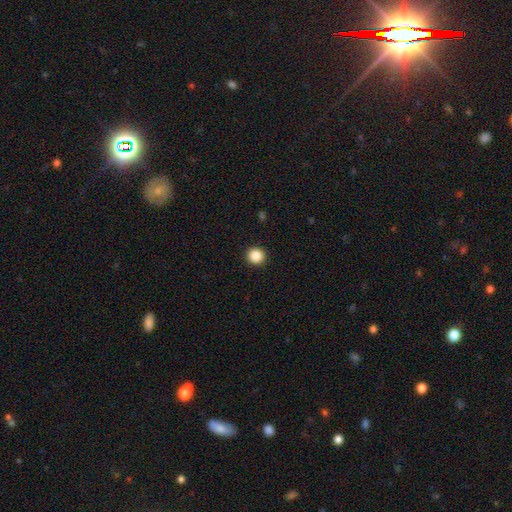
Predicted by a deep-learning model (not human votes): Smooth or featured?
  - smooth: 87% *
  - star or artifact: 10%
  - featured or disk: 3%
How rounded?
  - round: 94% *
  - in between: 5%
  - cigar-shaped: 1%
Merging?
  - none: 93% *
  - minor disturbance: 4%
  - major disturbance: 2%
  - merger: 1%